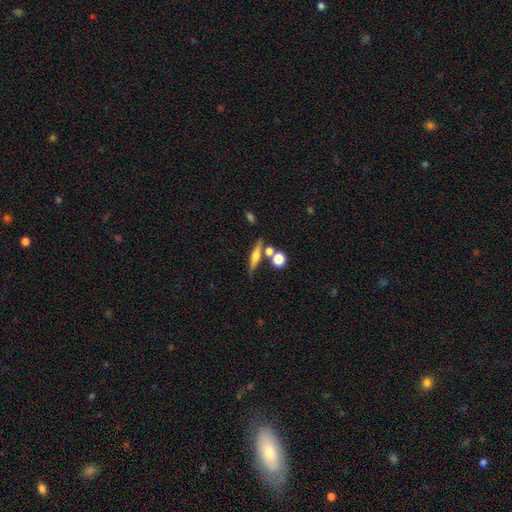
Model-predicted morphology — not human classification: This appears to be a featured or disk galaxy (46%). Merging: none (68%).